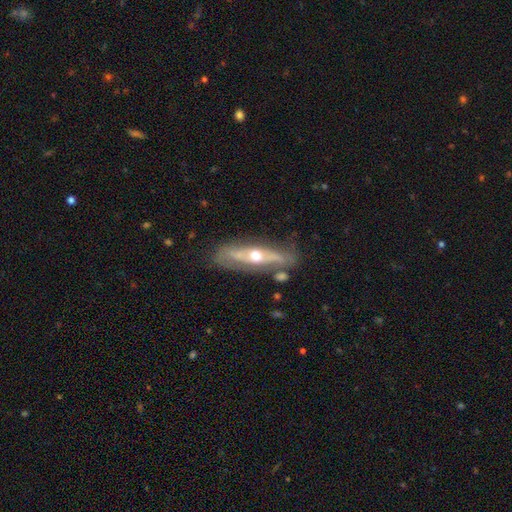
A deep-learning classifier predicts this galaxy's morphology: This is likely a featured or disk galaxy (66%). It is possibly not viewed edge-on (53%). Merging: likely none (62%).